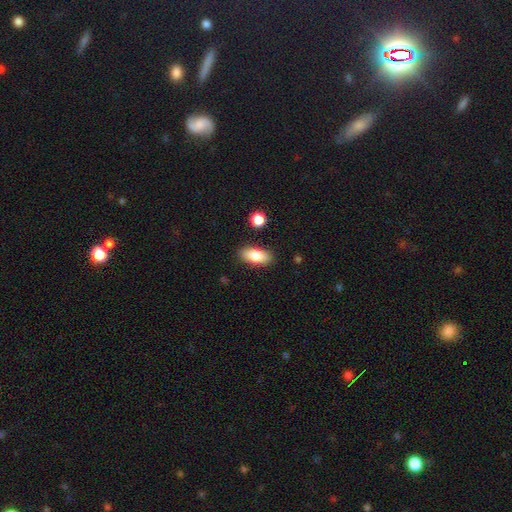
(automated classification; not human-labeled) Q: Smooth or featured?
A: smooth (83%); runner-up: featured or disk (10%)
Q: How rounded?
A: in between (83%); runner-up: cigar-shaped (14%)
Q: Merging?
A: none (86%); runner-up: minor disturbance (9%)